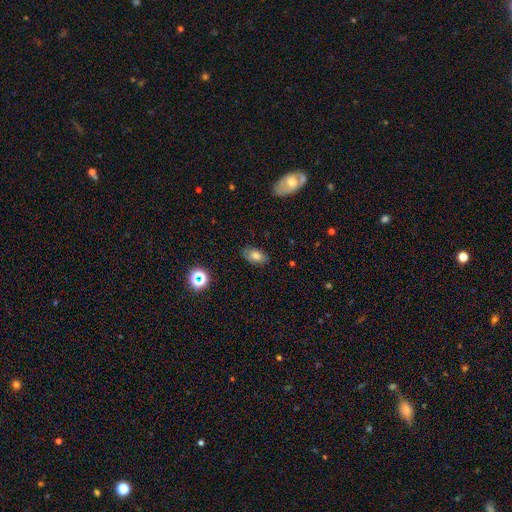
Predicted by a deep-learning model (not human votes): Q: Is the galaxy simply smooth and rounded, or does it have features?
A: smooth — 71%.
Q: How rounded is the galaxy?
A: in between — 89%.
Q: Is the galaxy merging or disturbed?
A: none — 79%.